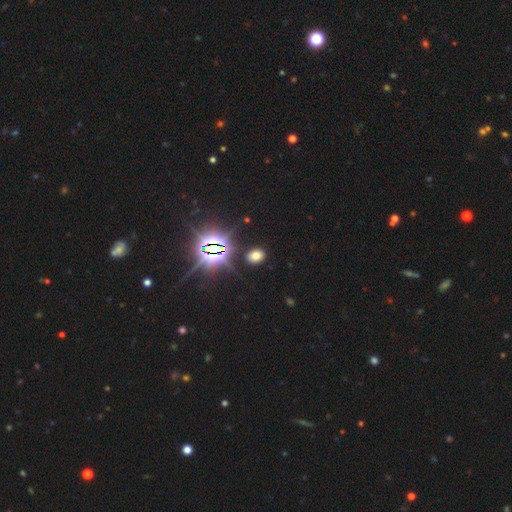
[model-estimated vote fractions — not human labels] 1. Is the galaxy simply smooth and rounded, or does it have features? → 63% smooth, 31% star or artifact, 7% featured or disk.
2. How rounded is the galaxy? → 59% in between, 39% round, 1% cigar-shaped.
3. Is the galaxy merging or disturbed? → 88% none, 8% minor disturbance, 3% major disturbance, 2% merger.